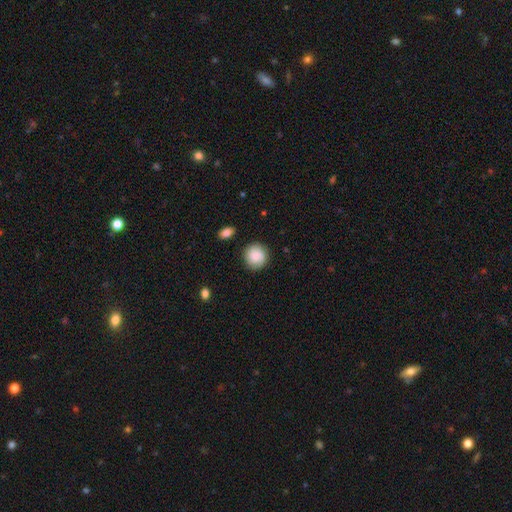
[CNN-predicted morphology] This appears to be a smooth galaxy with no disk features (81%) that is round (90%). Merging: none (84%).